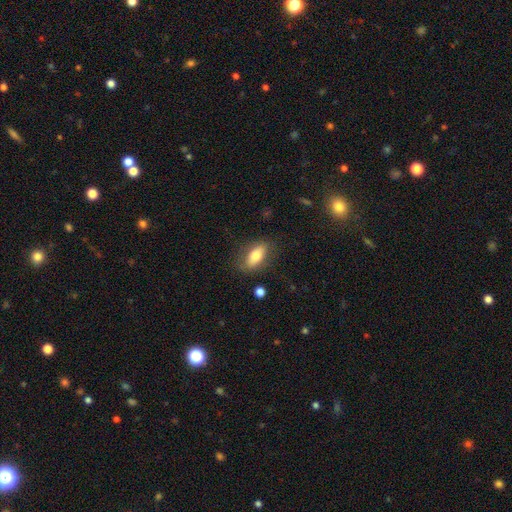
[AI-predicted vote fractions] Smooth or featured? Predicted: smooth (p=0.72). How rounded? Predicted: in between (p=0.81). Merging? Predicted: none (p=0.79).